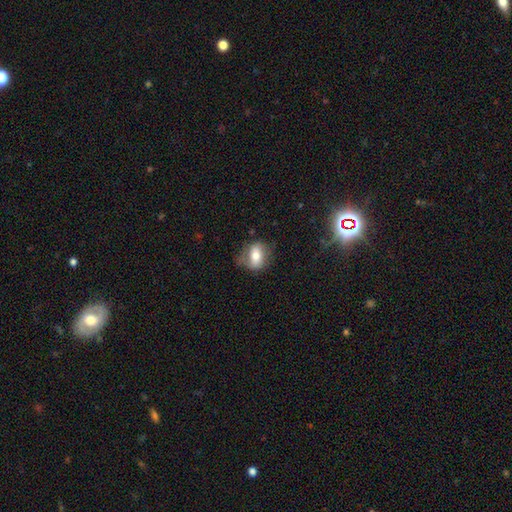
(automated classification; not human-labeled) smooth-or-featured: smooth: 63% | featured or disk: 29% | star or artifact: 8%
  how-rounded: in between: 72% | round: 25% | cigar-shaped: 3%
  merging: none: 61% | minor disturbance: 25% | major disturbance: 12% | merger: 2%